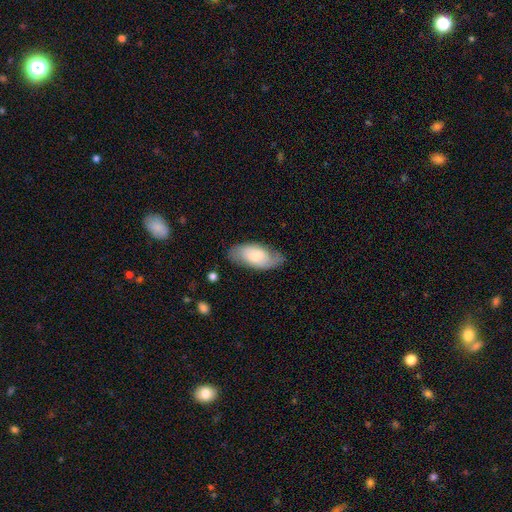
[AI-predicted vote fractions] The model was most divided on "smooth or featured": smooth: 56%, featured or disk: 38%, star or artifact: 6%. More confident: how rounded — in between (92%); merging — none (70%).